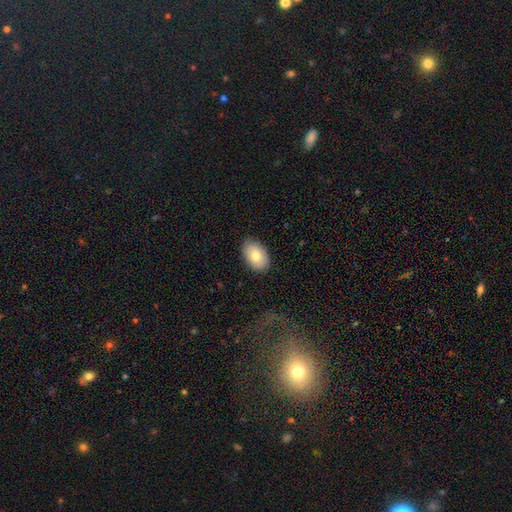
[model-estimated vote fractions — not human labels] This is likely a smooth galaxy (78%). How rounded: clearly in between (90%). Merging: clearly none (86%).